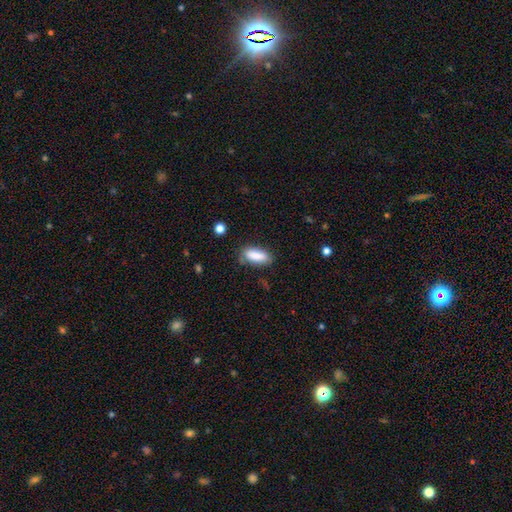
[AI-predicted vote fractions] Morphology: type=smooth (85%); roundness=in between (77%); merging=none (73%).